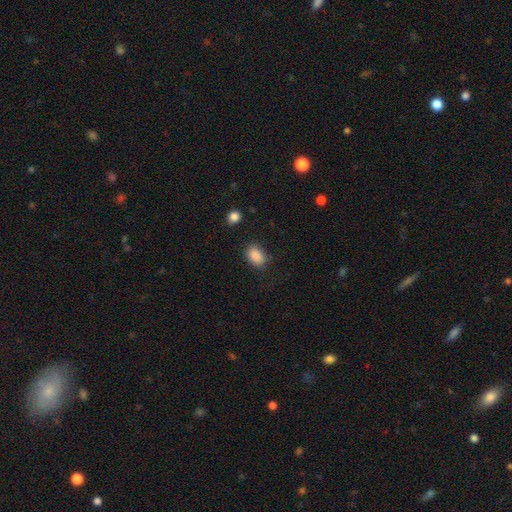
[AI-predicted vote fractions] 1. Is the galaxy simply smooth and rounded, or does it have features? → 88% smooth, 8% star or artifact, 4% featured or disk.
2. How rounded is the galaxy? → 77% in between, 22% round, 1% cigar-shaped.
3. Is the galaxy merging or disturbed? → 78% none, 15% minor disturbance, 5% major disturbance, 2% merger.